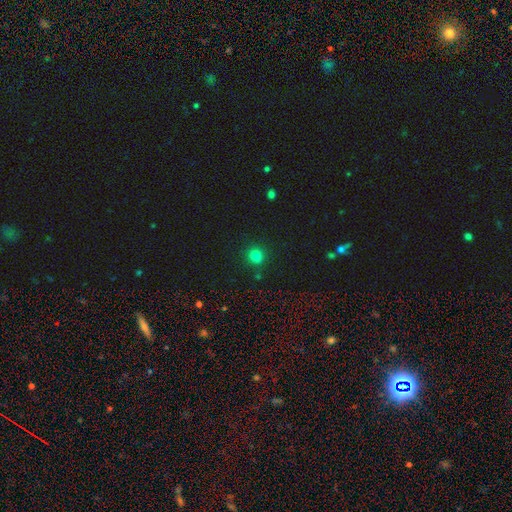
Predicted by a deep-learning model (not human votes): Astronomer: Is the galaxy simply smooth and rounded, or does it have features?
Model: smooth — 79%.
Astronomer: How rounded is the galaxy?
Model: round — 83%.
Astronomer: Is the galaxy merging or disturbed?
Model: none — 82%.